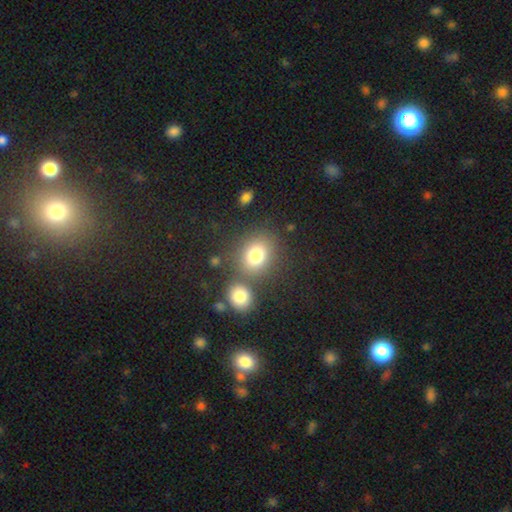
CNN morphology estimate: smooth 79%, star or artifact 12%, featured or disk 9%. Down the decision tree: how rounded — round (68%); merging — none (65%).